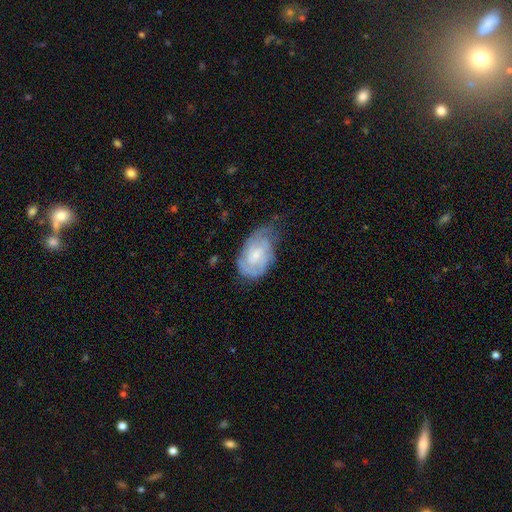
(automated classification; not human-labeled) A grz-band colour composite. It shows a featured or disk galaxy (66%) with no bar (61%), tight (55%) spiral arms (88%) and a small central bulge (58%). Merging: none (45%).